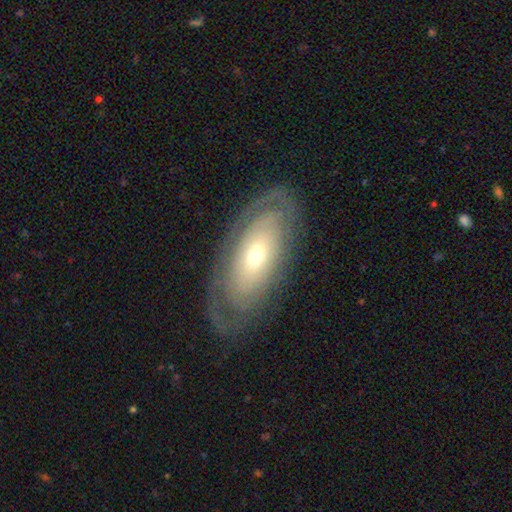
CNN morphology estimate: This is likely a featured or disk galaxy (67%). It is clearly not viewed edge-on (87%). Bar: clearly no (81%). Spiral arm pattern: possibly yes (57%). Central bulge: possibly small (50%). Merging: likely none (78%).